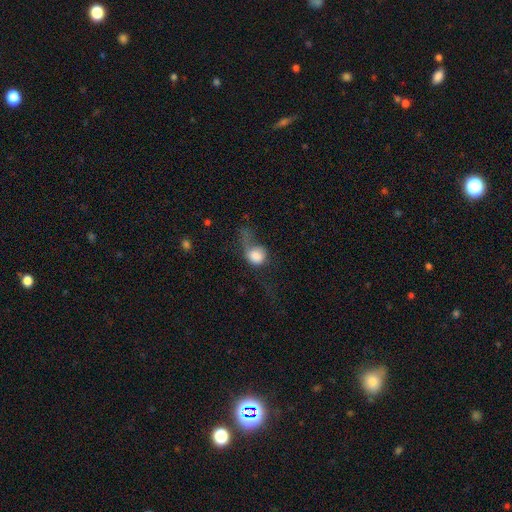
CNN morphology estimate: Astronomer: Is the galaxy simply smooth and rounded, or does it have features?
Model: smooth — 73%.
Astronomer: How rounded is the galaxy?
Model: round — 71%.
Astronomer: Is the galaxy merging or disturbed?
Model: major disturbance — 54%.